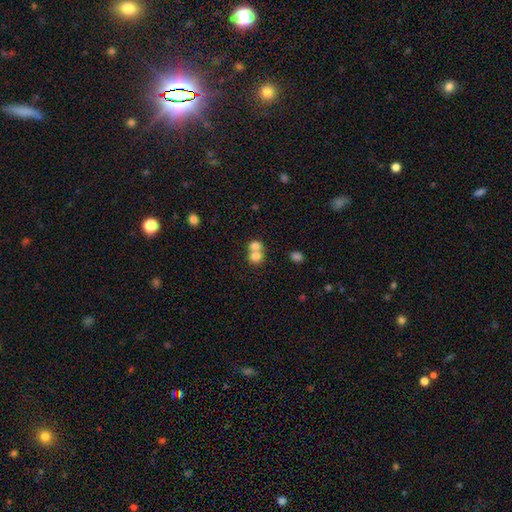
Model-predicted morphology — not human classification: Overall: smooth (76%). How rounded: round (78%). Merging: merger (62%; none 31%).